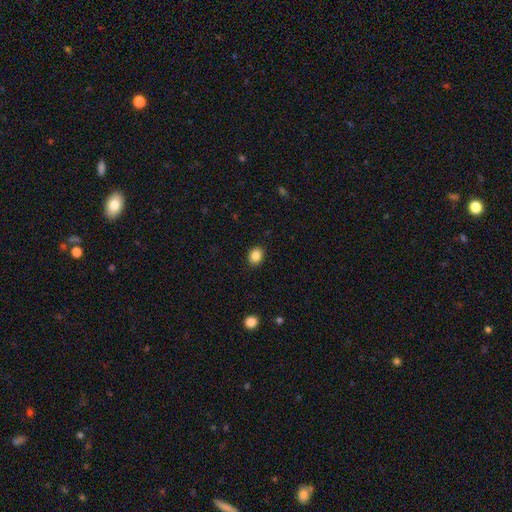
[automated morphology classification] Q: Smooth or featured?
A: smooth (87%); runner-up: star or artifact (9%)
Q: How rounded?
A: in between (57%); runner-up: round (42%)
Q: Merging?
A: none (89%); runner-up: minor disturbance (8%)